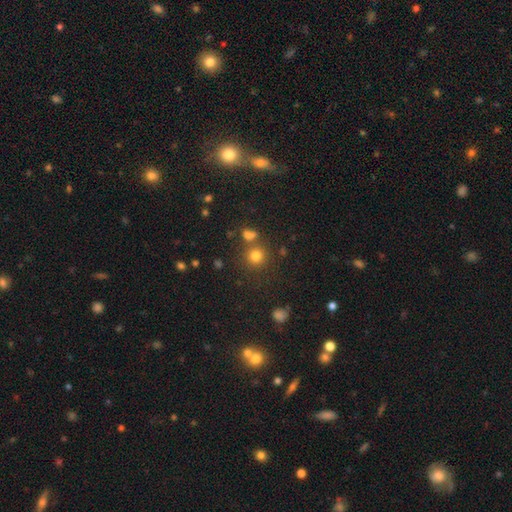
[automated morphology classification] smooth 76%, star or artifact 17%, featured or disk 7%. Down the decision tree: how rounded — round (90%); merging — none (72%).